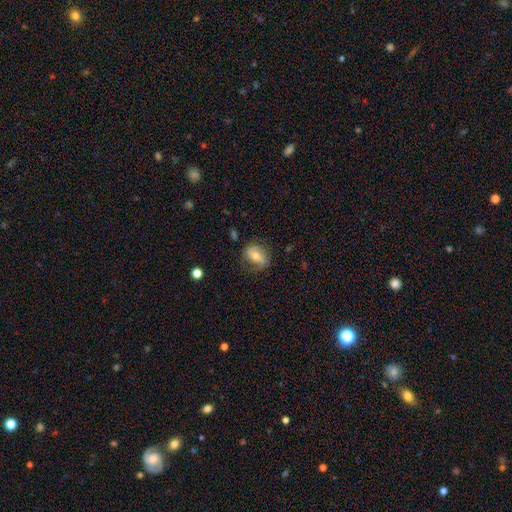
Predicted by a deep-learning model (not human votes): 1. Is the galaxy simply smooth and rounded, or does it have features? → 55% featured or disk, 37% smooth, 8% star or artifact.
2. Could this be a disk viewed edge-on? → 96% no, 4% yes.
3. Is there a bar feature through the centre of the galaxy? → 46% no, 34% weak, 20% strong.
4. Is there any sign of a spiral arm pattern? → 79% yes, 21% no.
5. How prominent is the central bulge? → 66% moderate, 28% small, 4% large, 1% none, 1% dominant.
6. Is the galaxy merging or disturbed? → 69% none, 21% minor disturbance, 9% major disturbance, 1% merger.